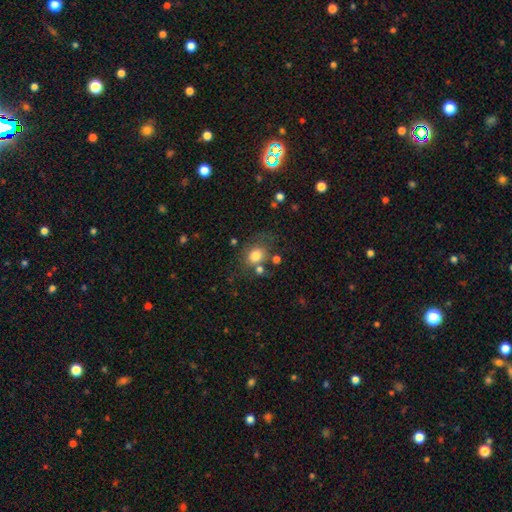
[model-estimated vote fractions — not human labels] The model was most divided on "how rounded": round: 57%, in between: 42%, cigar-shaped: 1%. More confident: smooth or featured — smooth (77%); merging — none (57%).